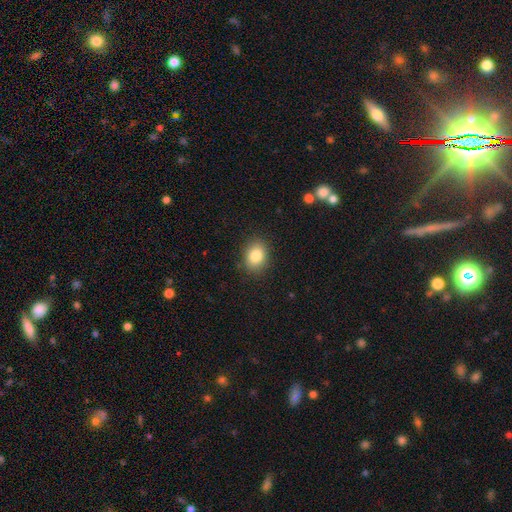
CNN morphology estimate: type=smooth (84%); roundness=in between (61%); merging=none (87%).